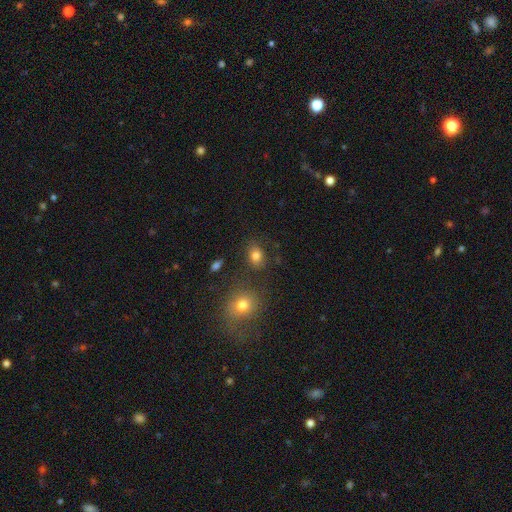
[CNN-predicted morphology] type=smooth (79%); roundness=in between (62%); merging=none (78%).